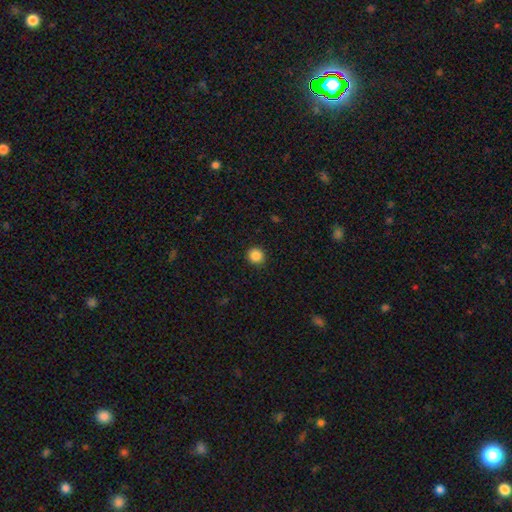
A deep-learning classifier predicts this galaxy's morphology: smooth 86%, star or artifact 10%, featured or disk 4%. Down the decision tree: how rounded — round (93%); merging — none (92%).